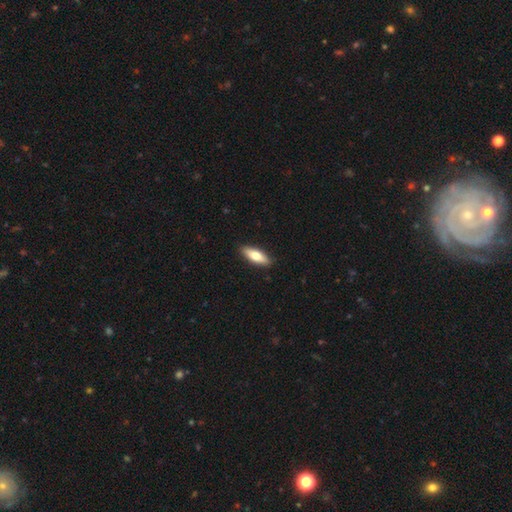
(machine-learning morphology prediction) smooth_or_featured: smooth (p=0.71) [alt: featured or disk p=0.23]
how_rounded: in between (p=0.59) [alt: cigar-shaped p=0.39]
merging: none (p=0.89) [alt: minor disturbance p=0.08]